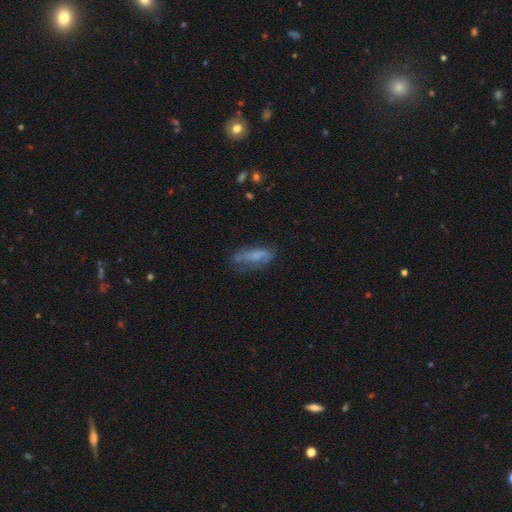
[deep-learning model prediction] smooth_or_featured: smooth (p=0.57) [alt: featured or disk p=0.34]
how_rounded: in between (p=0.50) [alt: cigar-shaped p=0.48]
merging: none (p=0.57) [alt: minor disturbance p=0.27]